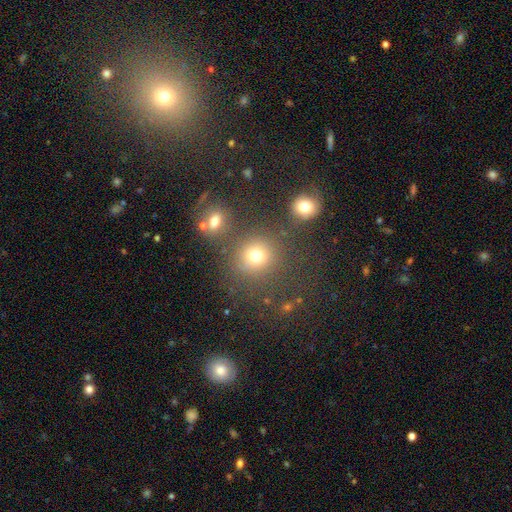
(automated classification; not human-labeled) Smooth or featured? smooth (75%)
How rounded? round (83%)
Merging? none (72%)